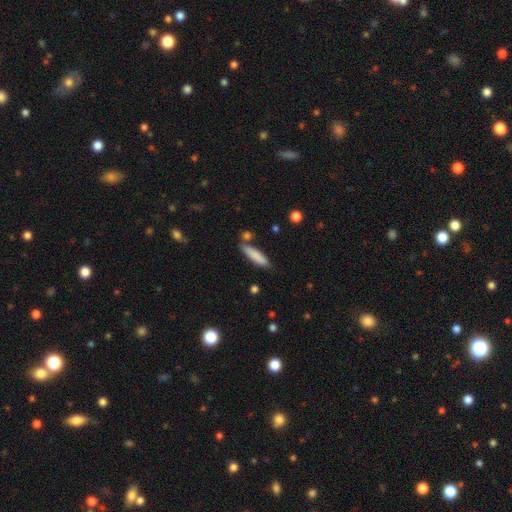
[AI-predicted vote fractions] smooth 83%, featured or disk 11%, star or artifact 6%. Down the decision tree: how rounded — cigar-shaped (77%); merging — none (77%).